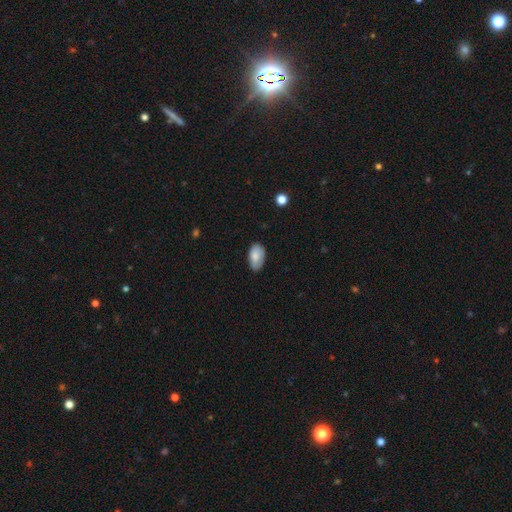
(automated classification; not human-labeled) This appears to be a smooth galaxy with no disk features (80%) that is in between round and cigar-shaped (93%). Merging: none (72%).